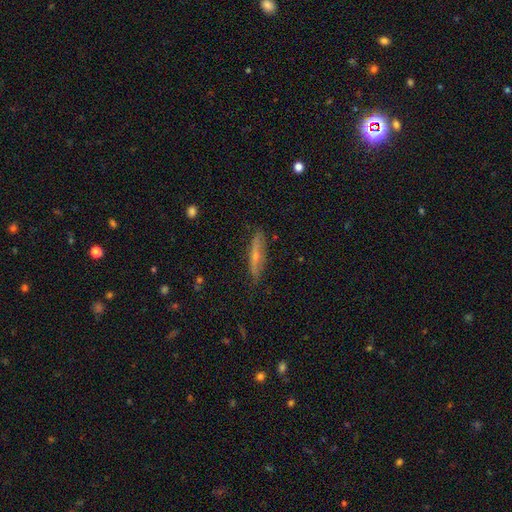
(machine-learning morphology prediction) Q: Smooth or featured?
A: featured or disk (51%); runner-up: smooth (41%)
Q: Edge-on disk?
A: yes (86%); runner-up: no (14%)
Q: Merging?
A: none (82%); runner-up: minor disturbance (14%)